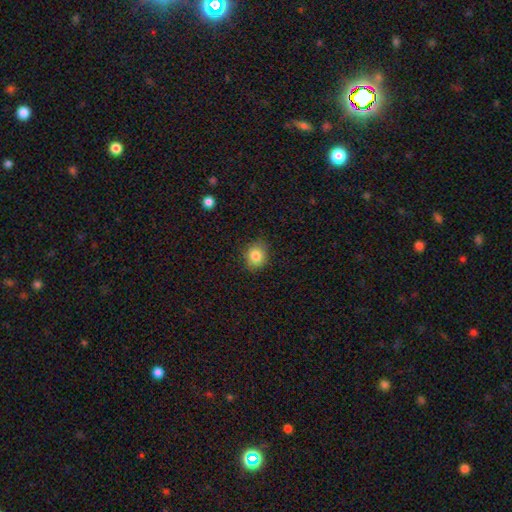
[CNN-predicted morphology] Overall: smooth (84%). How rounded: round (68%; in between 31%). Merging: none (85%).